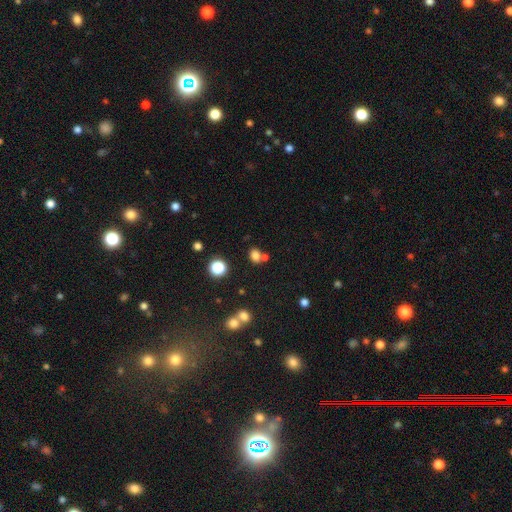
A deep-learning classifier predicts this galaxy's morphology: Smooth or featured? smooth (76%)
How rounded? round (53%)
Merging? none (54%)